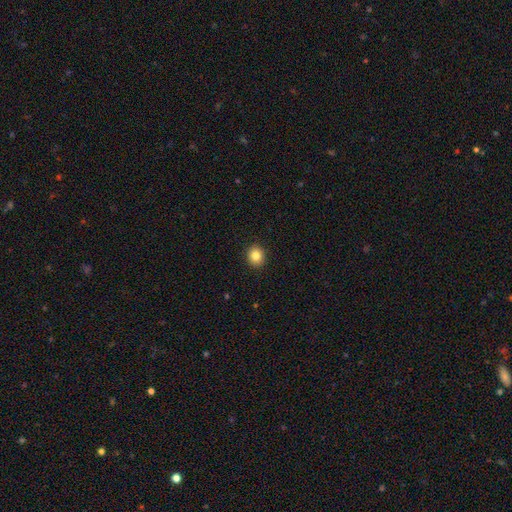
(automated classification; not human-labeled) smooth 84%, star or artifact 10%, featured or disk 6%. Down the decision tree: how rounded — round (80%); merging — none (92%).